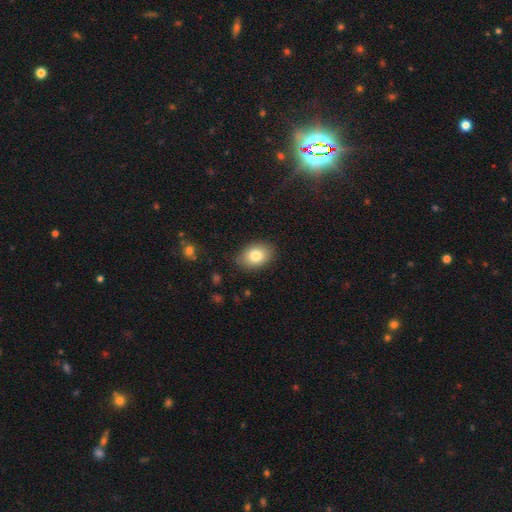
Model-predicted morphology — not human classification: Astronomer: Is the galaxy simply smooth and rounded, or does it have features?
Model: smooth — 81%.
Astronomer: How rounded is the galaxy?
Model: in between — 78%.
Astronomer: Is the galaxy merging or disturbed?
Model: none — 84%.